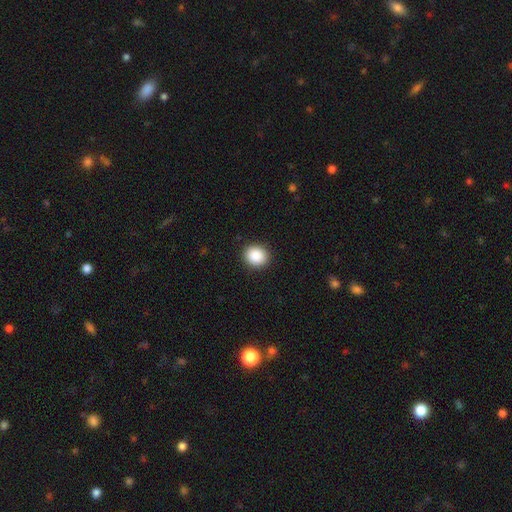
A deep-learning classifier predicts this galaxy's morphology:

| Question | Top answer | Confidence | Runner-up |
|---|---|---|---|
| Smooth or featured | smooth | 89% | star or artifact (8%) |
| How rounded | round | 74% | in between (25%) |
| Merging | none | 91% | minor disturbance (6%) |